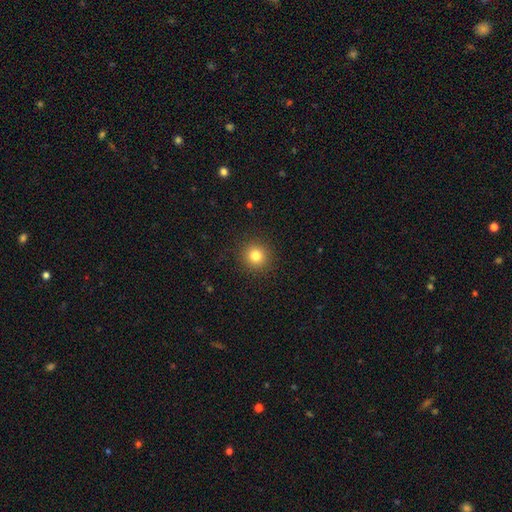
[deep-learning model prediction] smooth_or_featured: smooth (p=0.81) [alt: star or artifact p=0.12]
how_rounded: round (p=0.93) [alt: in between p=0.06]
merging: none (p=0.91) [alt: minor disturbance p=0.05]